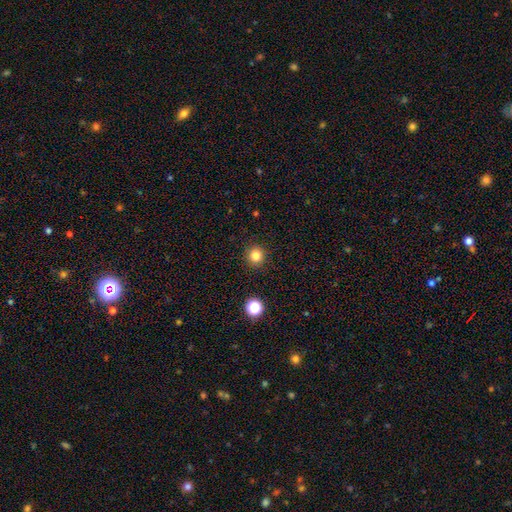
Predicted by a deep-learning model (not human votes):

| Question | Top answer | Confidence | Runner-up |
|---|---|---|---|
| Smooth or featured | smooth | 82% | star or artifact (13%) |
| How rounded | round | 93% | in between (6%) |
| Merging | none | 91% | minor disturbance (5%) |